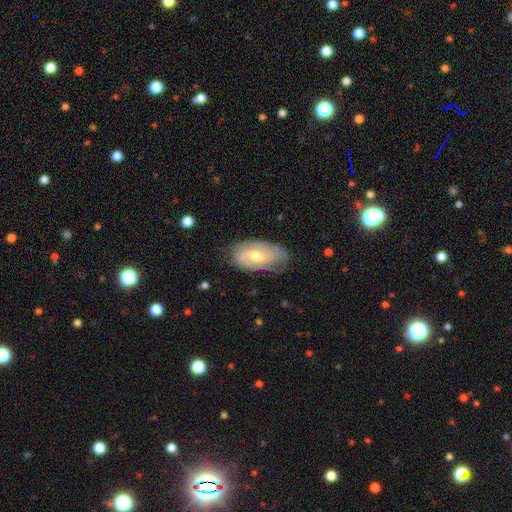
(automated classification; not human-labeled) smooth-or-featured: featured or disk: 75% | smooth: 19% | star or artifact: 6%
  disk-edge-on: no: 94% | yes: 6%
    bar: weak: 49% | no: 36% | strong: 15%
    has-spiral-arms: yes: 90% | no: 10%
      spiral-winding: medium: 43% | tight: 37% | loose: 20%
      spiral-arm-count: 2: 74% | can't tell: 15% | 1: 5% | 3: 4% | 4: 1% | more than 4: 1%
    bulge-size: moderate: 65% | small: 30% | large: 4% | none: 1% | dominant: 1%
  merging: none: 72% | minor disturbance: 21% | major disturbance: 6% | merger: 1%